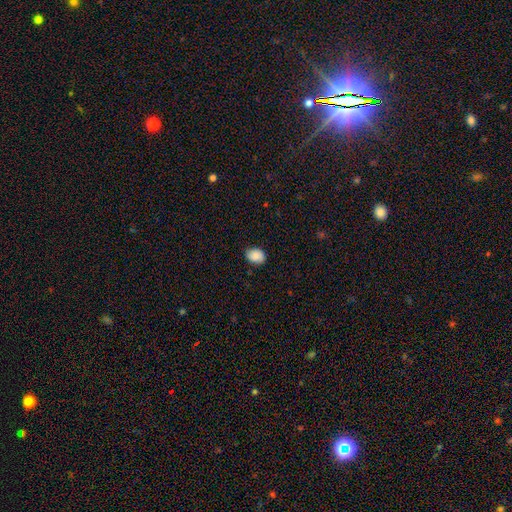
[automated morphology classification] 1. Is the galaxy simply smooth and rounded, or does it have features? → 88% smooth, 7% star or artifact, 5% featured or disk.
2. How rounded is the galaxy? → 67% in between, 32% round, 1% cigar-shaped.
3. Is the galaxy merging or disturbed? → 83% none, 13% minor disturbance, 2% major disturbance, 1% merger.